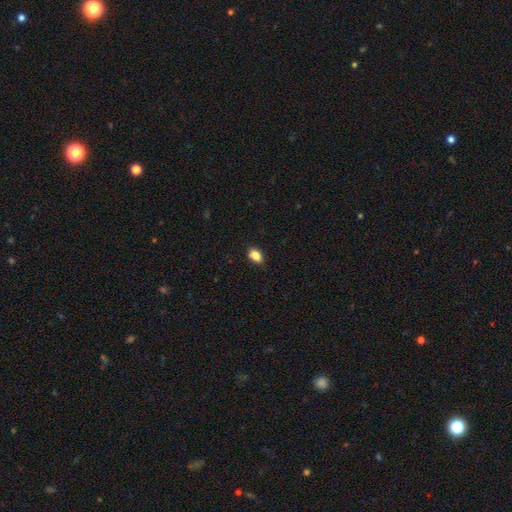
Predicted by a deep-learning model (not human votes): A smooth galaxy with no disk features (84%) that is in between round and cigar-shaped (83%).

Vote fractions:
- Smooth or featured? smooth: 84% / star or artifact: 9% / featured or disk: 7%
- How rounded? in between: 83% / round: 16% / cigar-shaped: 2%
- Merging? none: 85% / minor disturbance: 12% / major disturbance: 2% / merger: 1%